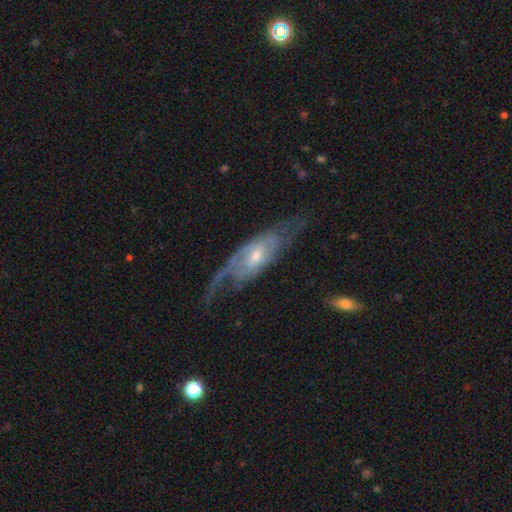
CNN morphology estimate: Overall: featured or disk (80%). Edge-on disk: no (81%). Bar: weak (46%; no 41%). Spiral arms: yes (88%). Spiral arm count: 2 (59%; can't tell 23%). Spiral winding: medium (40%; loose 33%). Bulge size: small (50%; moderate 44%). Merging: none (55%; major disturbance 22%).